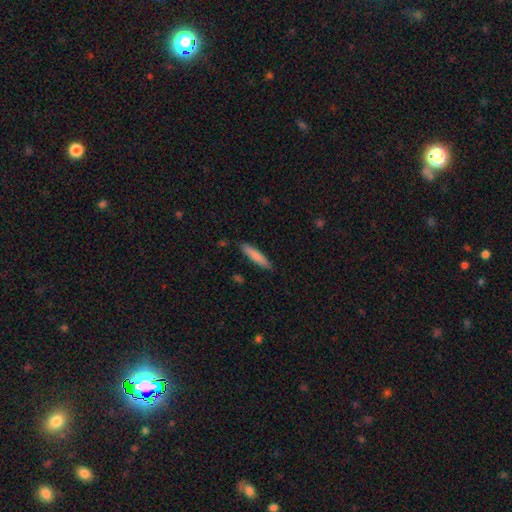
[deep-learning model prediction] Smooth or featured?
  - smooth: 82% *
  - featured or disk: 13%
  - star or artifact: 6%
How rounded?
  - cigar-shaped: 86% *
  - in between: 13%
  - round: 1%
Merging?
  - none: 87% *
  - minor disturbance: 10%
  - major disturbance: 2%
  - merger: 2%